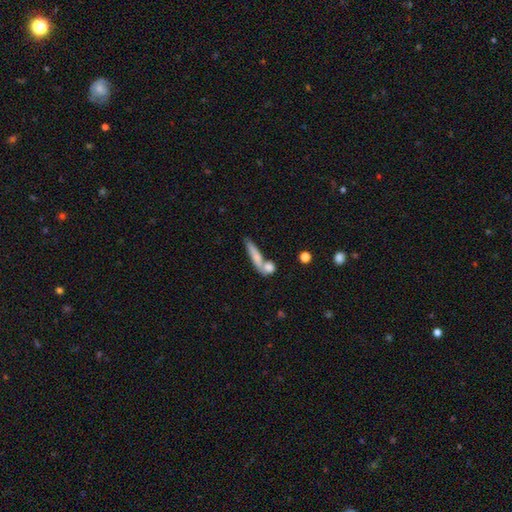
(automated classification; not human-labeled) smooth 70%, featured or disk 22%, star or artifact 7%. Down the decision tree: how rounded — cigar-shaped (73%); merging — none (48%).